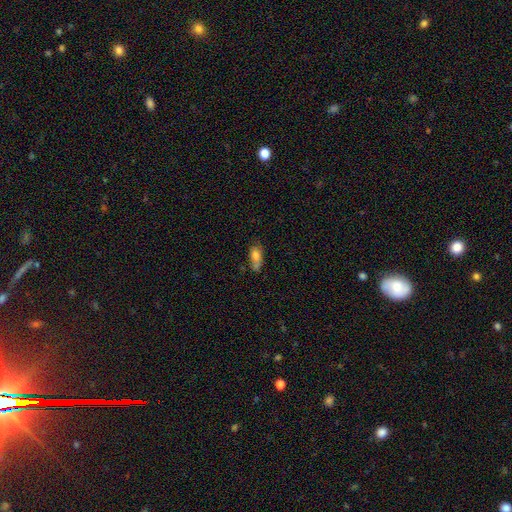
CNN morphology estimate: Smooth or featured? smooth (74%)
How rounded? in between (80%)
Merging? none (41%)